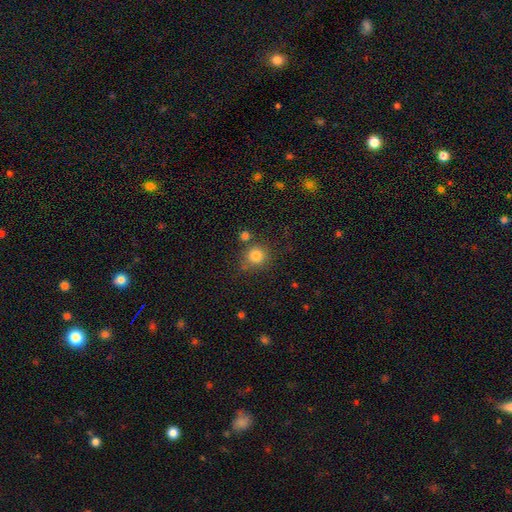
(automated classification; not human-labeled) smooth 82%, star or artifact 12%, featured or disk 6%. Down the decision tree: how rounded — round (91%); merging — none (73%).